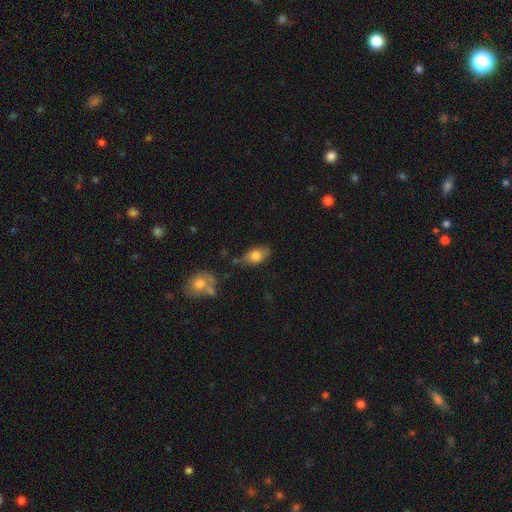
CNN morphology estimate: A smooth galaxy with no disk features (74%) that is in between round and cigar-shaped (87%). Merging: none (67%).